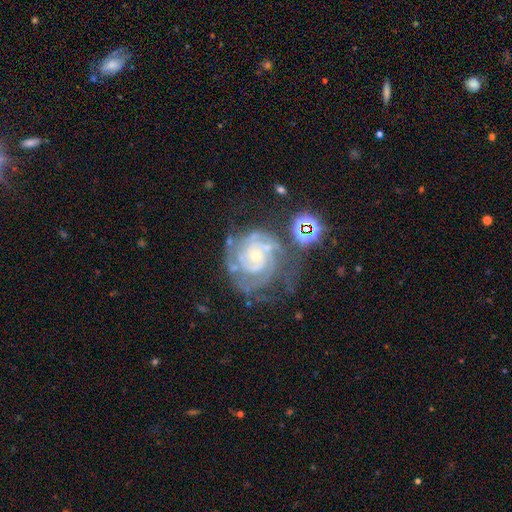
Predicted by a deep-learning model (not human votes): Overall: featured or disk (88%). Edge-on disk: no (98%). Bar: no (75%). Spiral arms: yes (97%). Spiral arm count: 2 (39%; 3 23%). Spiral winding: tight (75%). Bulge size: small (67%; moderate 29%). Merging: none (54%; minor disturbance 23%).